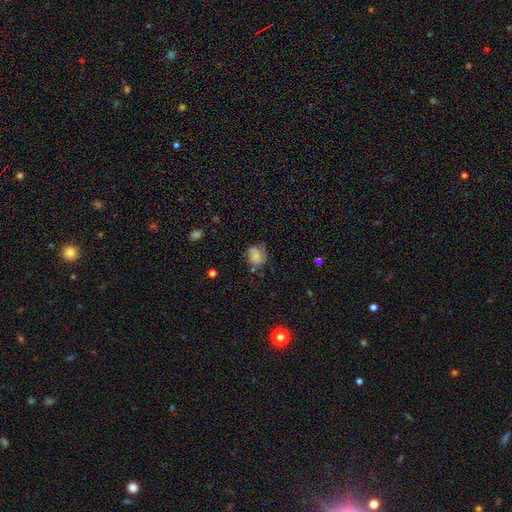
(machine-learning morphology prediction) Smooth or featured? smooth (64%)
How rounded? round (58%)
Merging? none (55%)